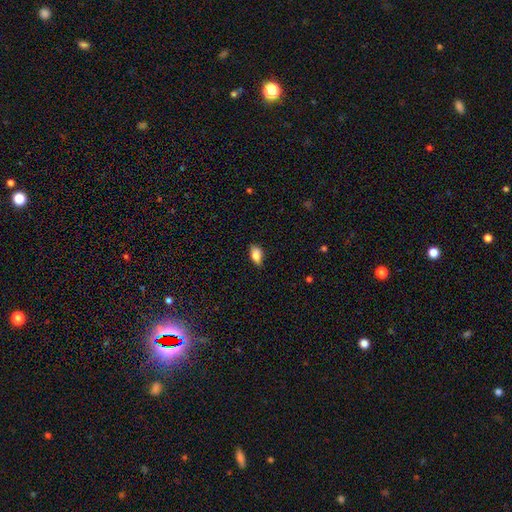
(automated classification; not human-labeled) smooth_or_featured: smooth (p=0.82) [alt: featured or disk p=0.10]
how_rounded: in between (p=0.88) [alt: round p=0.07]
merging: none (p=0.76) [alt: minor disturbance p=0.20]